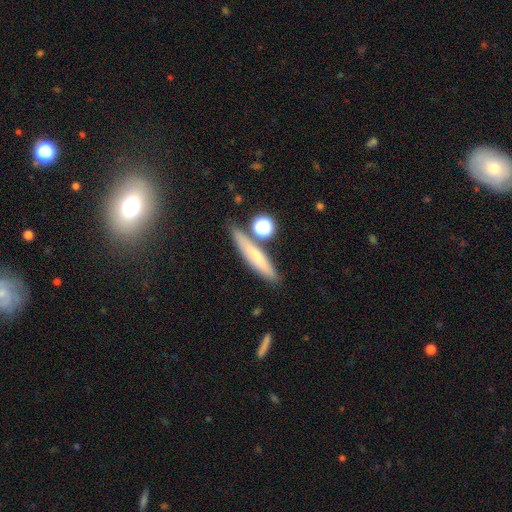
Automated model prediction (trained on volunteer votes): smooth_or_featured: smooth (p=0.60) [alt: featured or disk p=0.30]
how_rounded: cigar-shaped (p=0.84) [alt: in between p=0.11]
merging: none (p=0.74) [alt: minor disturbance p=0.13]